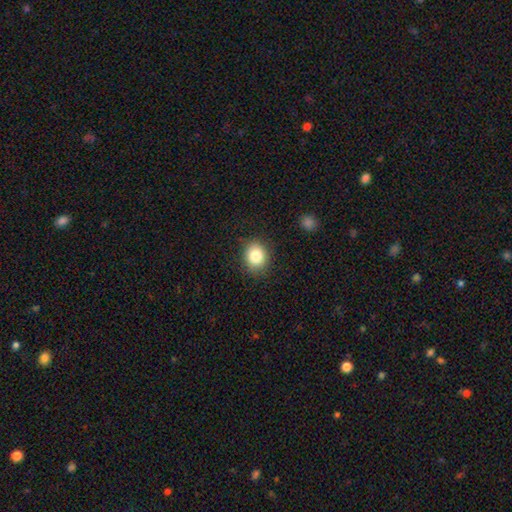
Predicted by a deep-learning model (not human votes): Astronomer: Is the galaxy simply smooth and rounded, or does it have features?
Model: smooth — 84%.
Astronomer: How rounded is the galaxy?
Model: round — 68%.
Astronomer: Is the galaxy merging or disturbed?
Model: none — 86%.